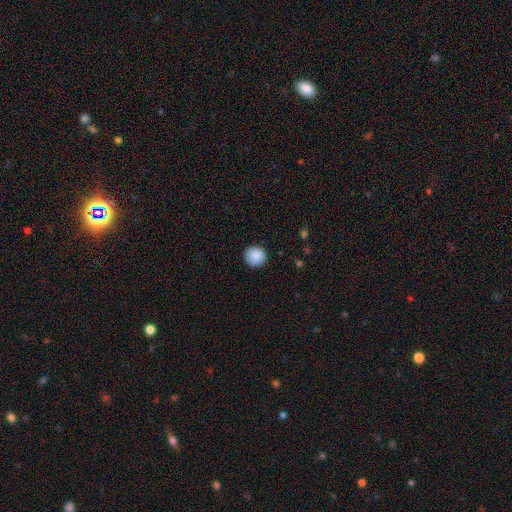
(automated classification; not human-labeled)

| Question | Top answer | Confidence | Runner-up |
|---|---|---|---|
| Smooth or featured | smooth | 89% | star or artifact (8%) |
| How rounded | round | 94% | in between (5%) |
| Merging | none | 90% | minor disturbance (7%) |